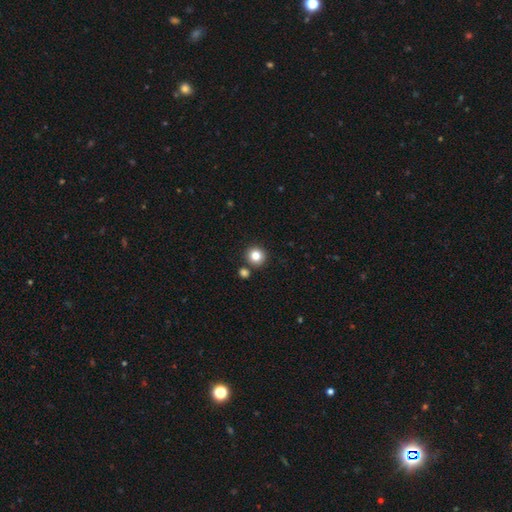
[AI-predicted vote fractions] Smooth or featured?
  - smooth: 83% *
  - star or artifact: 11%
  - featured or disk: 6%
How rounded?
  - round: 92% *
  - in between: 7%
  - cigar-shaped: 1%
Merging?
  - none: 82% *
  - merger: 9%
  - minor disturbance: 7%
  - major disturbance: 2%